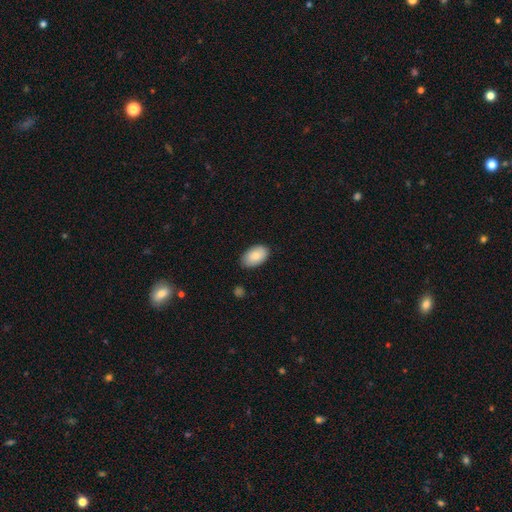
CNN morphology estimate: Smooth or featured: smooth — 86% (featured or disk — 8%)
How rounded: in between — 94% (round — 5%)
Merging: none — 84% (minor disturbance — 13%)